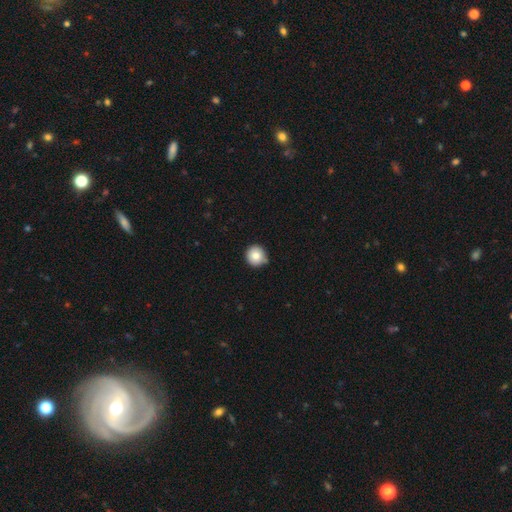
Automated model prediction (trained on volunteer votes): This appears to be a smooth galaxy with no disk features (83%) that is round (95%). Merging: none (82%).